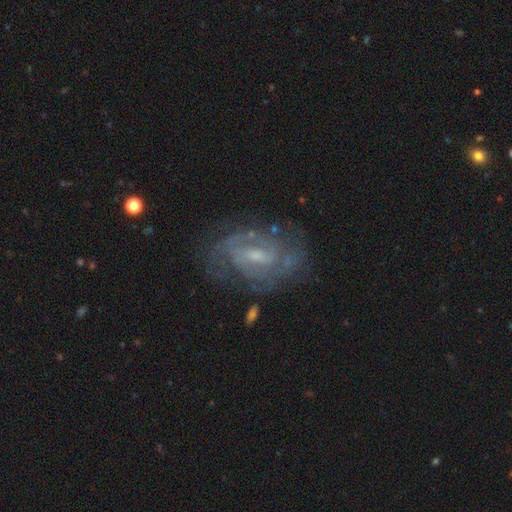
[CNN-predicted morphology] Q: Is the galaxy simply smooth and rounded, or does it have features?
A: featured or disk — 83%.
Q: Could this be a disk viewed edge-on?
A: no — 96%.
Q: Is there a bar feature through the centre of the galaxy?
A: weak — 58%.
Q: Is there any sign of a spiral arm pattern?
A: yes — 91%.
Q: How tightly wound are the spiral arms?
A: tight — 48%.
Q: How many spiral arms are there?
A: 2 — 51%.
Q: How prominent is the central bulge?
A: small — 50%.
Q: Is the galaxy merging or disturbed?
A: none — 69%.